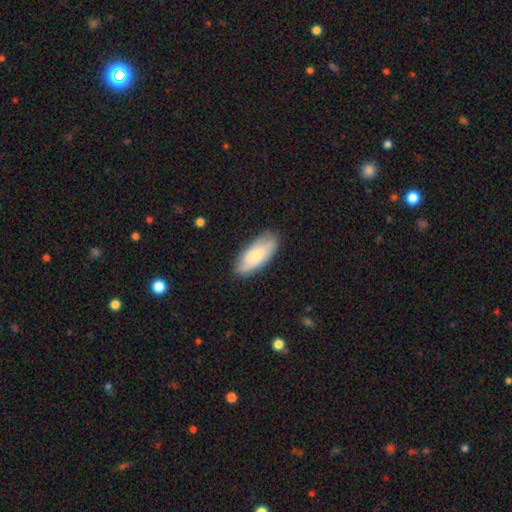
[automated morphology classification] This appears to be a smooth galaxy with no disk features (58%) that is in between round and cigar-shaped (84%). Merging: none (79%).